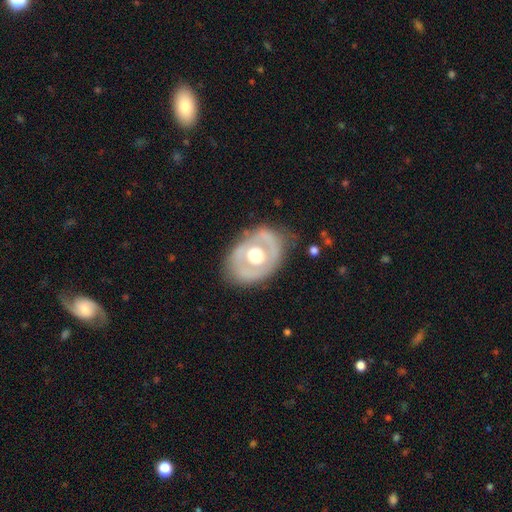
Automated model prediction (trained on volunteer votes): Morphology: type=featured or disk (60%); edge-on=no (93%); bar=no (86%); spiral arms=no (84%); bulge=moderate (56%); merging=none (70%).